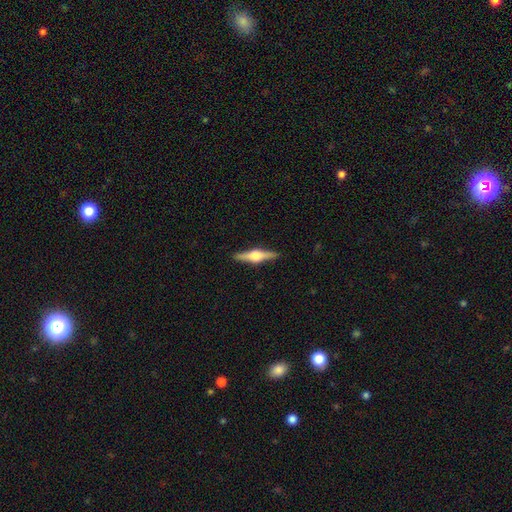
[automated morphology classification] This is likely a featured or disk galaxy (77%). It is clearly viewed edge-on (98%). Edge-on bulge: clearly rounded (93%). Merging: clearly none (91%).